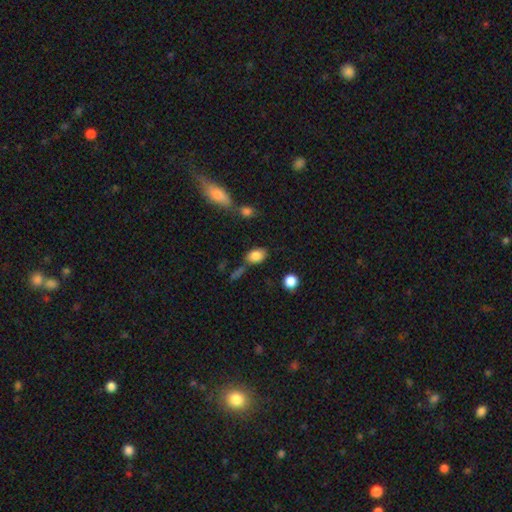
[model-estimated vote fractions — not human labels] smooth_or_featured: smooth (p=0.84) [alt: star or artifact p=0.09]
how_rounded: in between (p=0.83) [alt: round p=0.14]
merging: none (p=0.63) [alt: minor disturbance p=0.19]